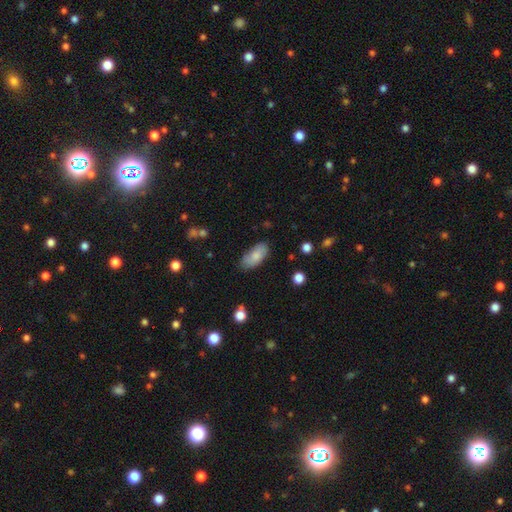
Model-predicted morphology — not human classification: smooth-or-featured: smooth: 79% | featured or disk: 15% | star or artifact: 6%
  how-rounded: in between: 91% | cigar-shaped: 6% | round: 2%
  merging: none: 74% | minor disturbance: 20% | major disturbance: 4% | merger: 2%